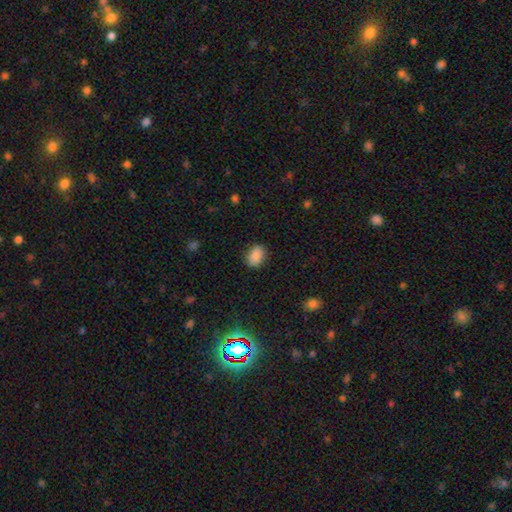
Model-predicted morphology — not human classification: This is clearly a smooth galaxy (87%). How rounded: likely in between (79%). Merging: clearly none (85%).